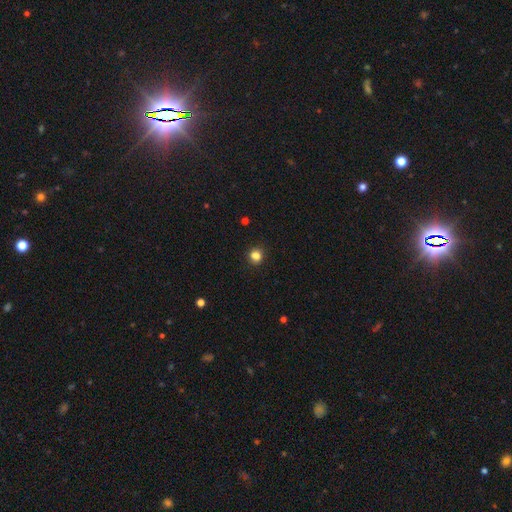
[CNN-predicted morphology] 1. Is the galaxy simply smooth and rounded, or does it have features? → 83% smooth, 13% star or artifact, 4% featured or disk.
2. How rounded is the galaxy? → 78% round, 21% in between, 1% cigar-shaped.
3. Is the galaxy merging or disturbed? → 85% none, 10% minor disturbance, 3% major disturbance, 3% merger.